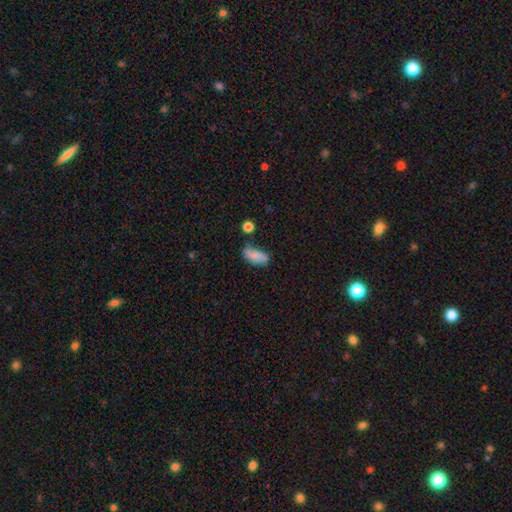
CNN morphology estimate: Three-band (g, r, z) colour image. It shows a smooth galaxy with no disk features (69%) that is in between round and cigar-shaped (88%). Merging: none (51%).